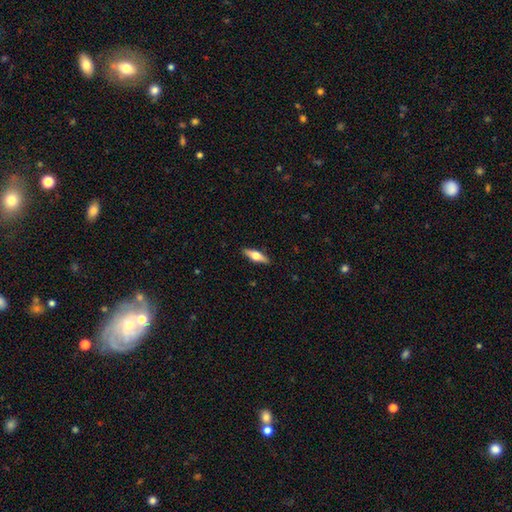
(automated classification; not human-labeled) The model was most divided on "smooth or featured": featured or disk: 50%, smooth: 44%, star or artifact: 6%. More confident: edge-on disk — yes (92%); merging — none (90%).